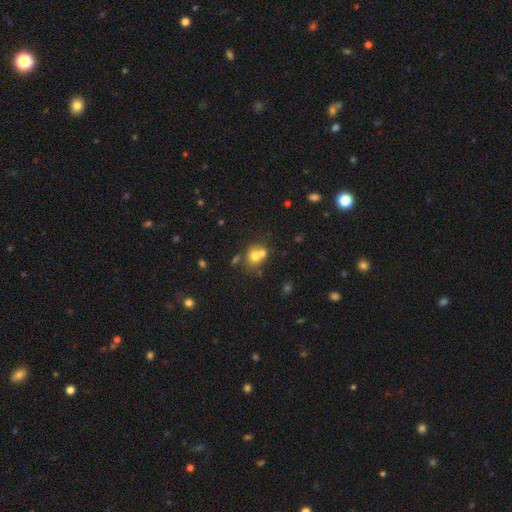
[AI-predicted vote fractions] Smooth or featured? Predicted: smooth (p=0.68). How rounded? Predicted: round (p=0.73). Merging? Predicted: merger (p=0.50).